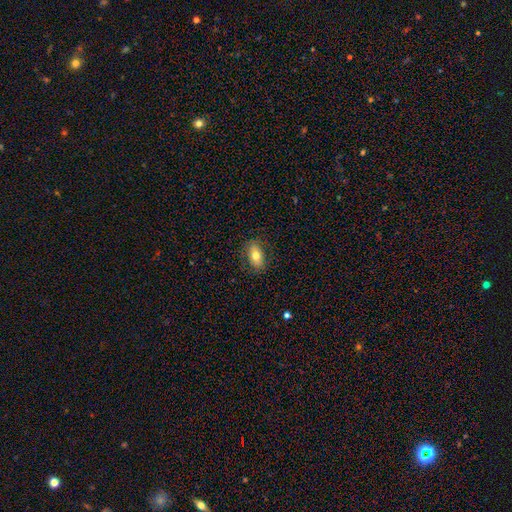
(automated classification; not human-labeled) The model was most divided on "smooth or featured": smooth: 71%, featured or disk: 21%, star or artifact: 8%. More confident: how rounded — in between (86%); merging — none (83%).